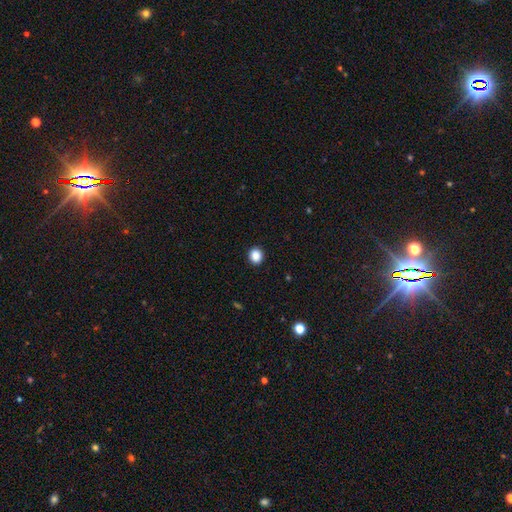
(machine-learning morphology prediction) A smooth galaxy with no disk features (88%) that is round (77%).

Vote fractions:
- Smooth or featured? smooth: 88% / star or artifact: 9% / featured or disk: 2%
- How rounded? round: 77% / in between: 22% / cigar-shaped: 1%
- Merging? none: 92% / minor disturbance: 5% / major disturbance: 2% / merger: 1%